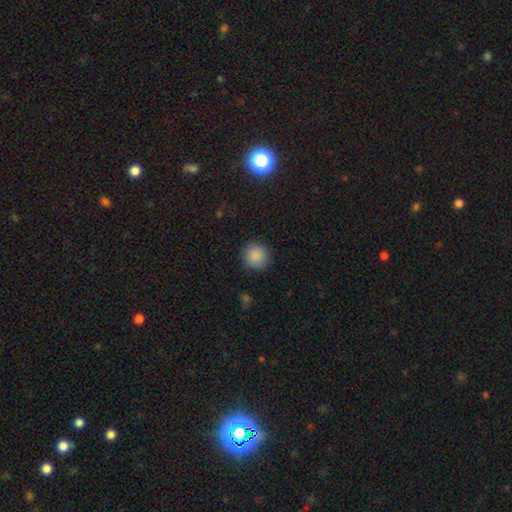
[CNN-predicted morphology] Q: Smooth or featured?
A: smooth (88%); runner-up: star or artifact (8%)
Q: How rounded?
A: round (93%); runner-up: in between (6%)
Q: Merging?
A: none (89%); runner-up: minor disturbance (7%)